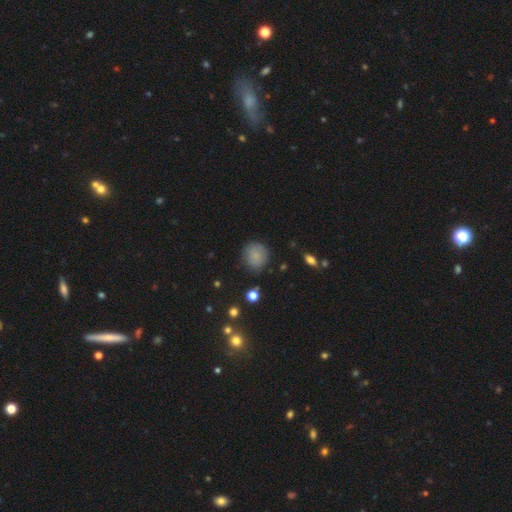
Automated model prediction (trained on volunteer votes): Smooth or featured? smooth (82%)
How rounded? round (86%)
Merging? none (77%)